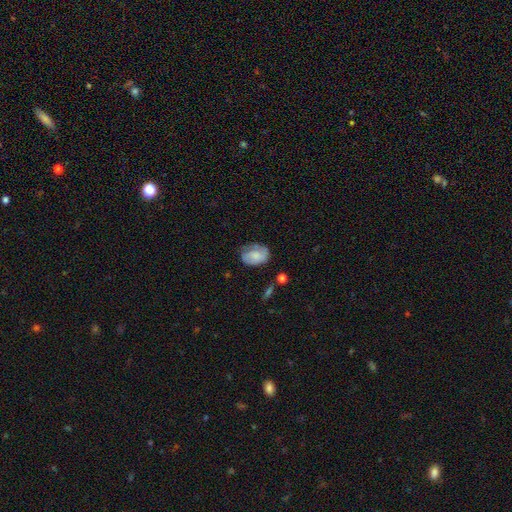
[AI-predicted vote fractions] Smooth or featured: smooth — 55% (featured or disk — 37%)
How rounded: in between — 74% (round — 24%)
Merging: none — 55% (minor disturbance — 30%)